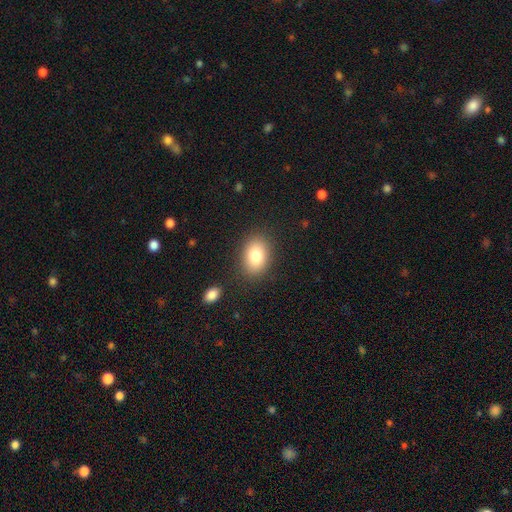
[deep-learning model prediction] Smooth or featured?
  - smooth: 82% *
  - featured or disk: 10%
  - star or artifact: 9%
How rounded?
  - in between: 78% *
  - round: 21%
  - cigar-shaped: 1%
Merging?
  - none: 85% *
  - minor disturbance: 10%
  - major disturbance: 3%
  - merger: 2%